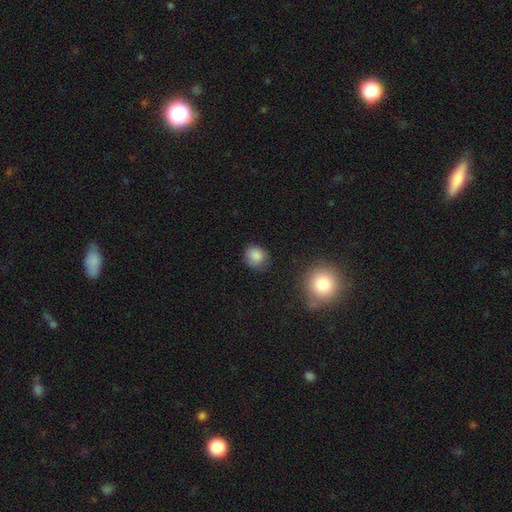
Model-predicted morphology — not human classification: This appears to be a smooth galaxy with no disk features (85%) that is round (72%). Merging: none (78%).